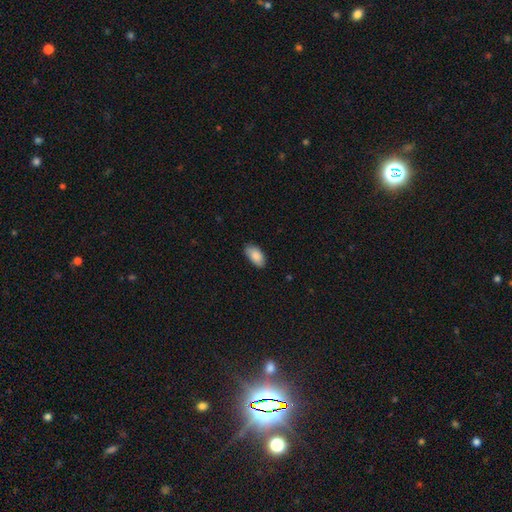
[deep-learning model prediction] The model was most divided on "merging": none: 79%, minor disturbance: 17%, major disturbance: 3%, merger: 1%. More confident: how rounded — in between (94%); smooth or featured — smooth (87%).